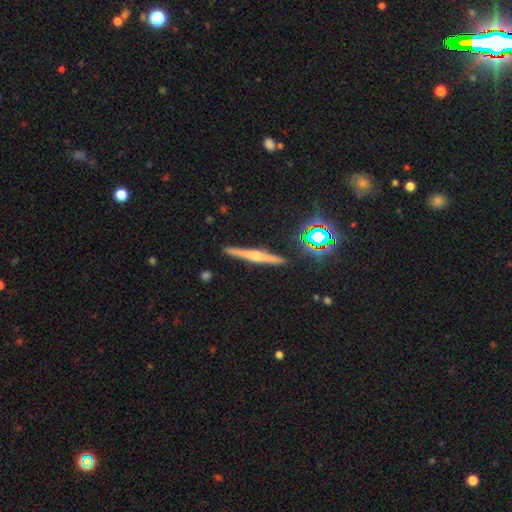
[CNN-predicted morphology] Smooth or featured: featured or disk — 59% (smooth — 29%)
Edge-on disk: yes — 98% (no — 2%)
Edge-on bulge: rounded — 68% (none — 17%)
Merging: none — 91% (minor disturbance — 6%)